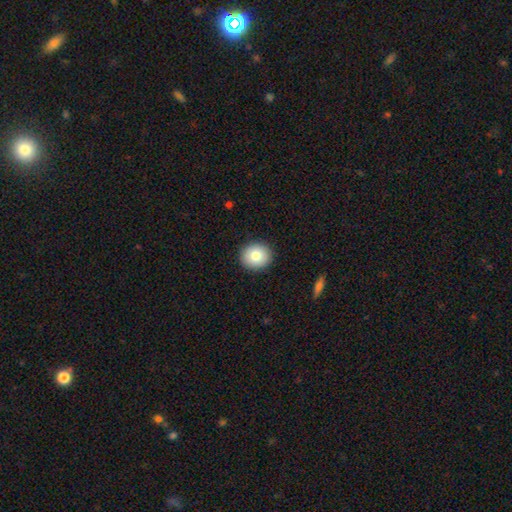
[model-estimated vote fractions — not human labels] Smooth or featured? smooth (80%)
How rounded? round (84%)
Merging? none (91%)